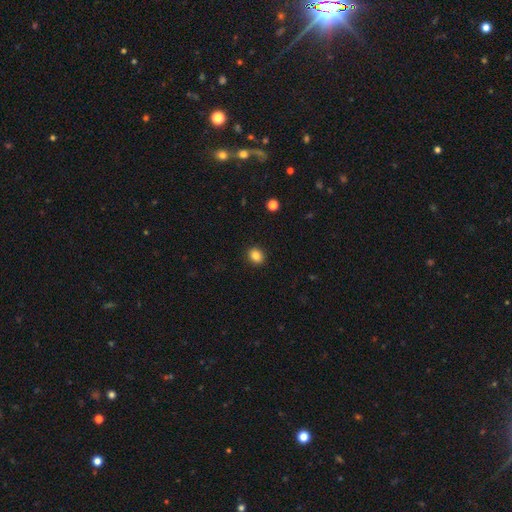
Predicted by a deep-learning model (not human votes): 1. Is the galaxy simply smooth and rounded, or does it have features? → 85% smooth, 10% star or artifact, 5% featured or disk.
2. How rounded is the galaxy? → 67% round, 32% in between, 1% cigar-shaped.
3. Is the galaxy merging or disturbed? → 91% none, 6% minor disturbance, 2% major disturbance, 1% merger.